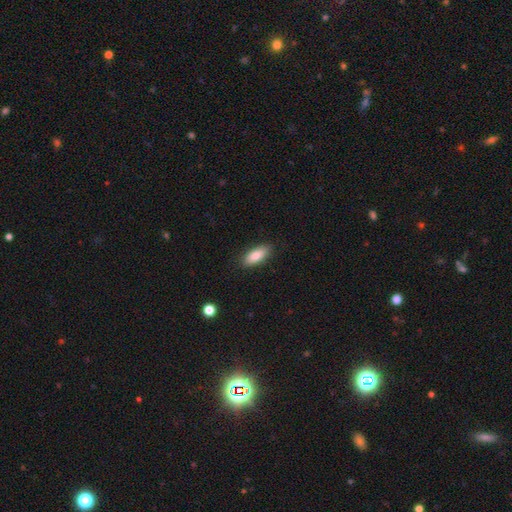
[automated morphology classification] Q: Smooth or featured?
A: smooth (85%); runner-up: featured or disk (8%)
Q: How rounded?
A: in between (78%); runner-up: cigar-shaped (20%)
Q: Merging?
A: none (87%); runner-up: minor disturbance (10%)